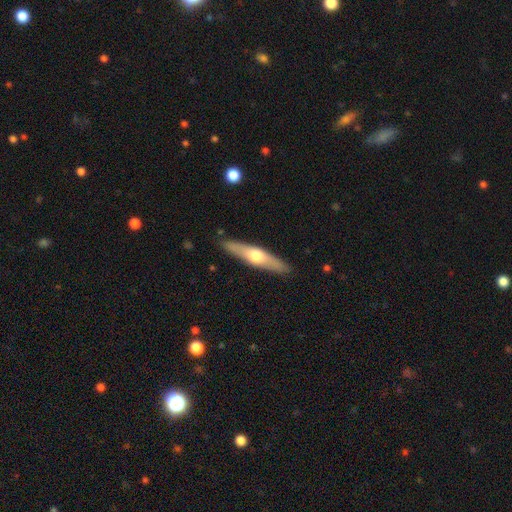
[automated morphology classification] Q: Smooth or featured?
A: featured or disk (50%); runner-up: smooth (45%)
Q: Merging?
A: none (89%); runner-up: minor disturbance (8%)